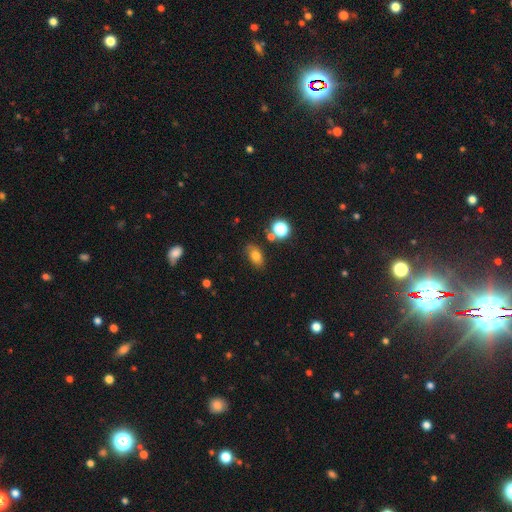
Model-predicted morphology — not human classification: smooth 74%, star or artifact 15%, featured or disk 11%. Down the decision tree: how rounded — in between (80%); merging — none (77%).